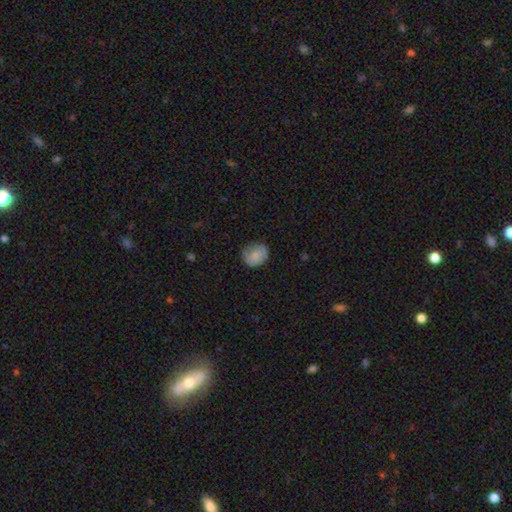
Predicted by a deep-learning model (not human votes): This is clearly a smooth galaxy (81%). How rounded: likely round (71%). Merging: likely none (74%).